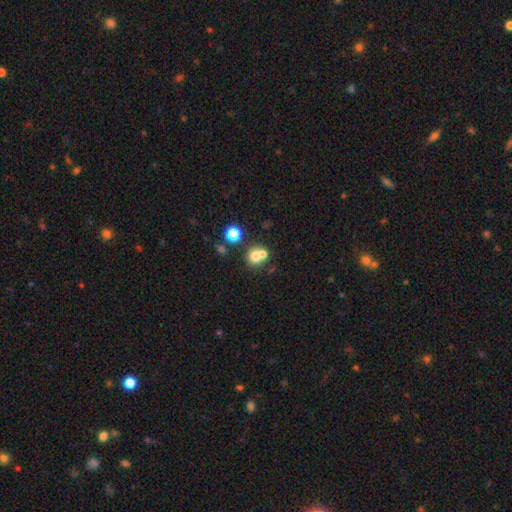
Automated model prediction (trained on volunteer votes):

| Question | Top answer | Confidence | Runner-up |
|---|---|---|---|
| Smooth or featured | smooth | 72% | featured or disk (14%) |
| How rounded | round | 82% | in between (17%) |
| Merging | none | 45% | merger (44%) |